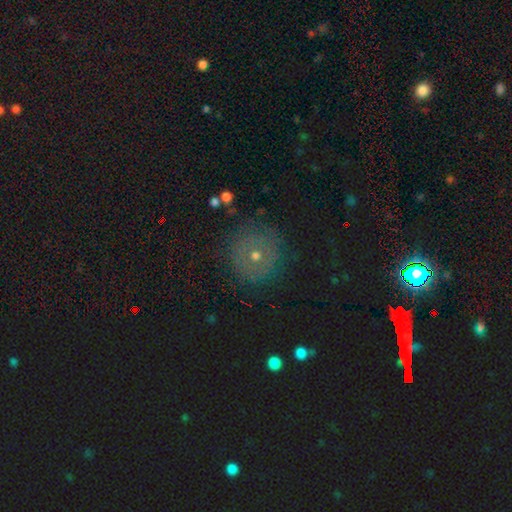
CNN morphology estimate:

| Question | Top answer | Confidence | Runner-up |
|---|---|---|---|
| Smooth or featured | smooth | 50% | featured or disk (32%) |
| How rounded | round | 94% | in between (5%) |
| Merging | none | 85% | minor disturbance (10%) |